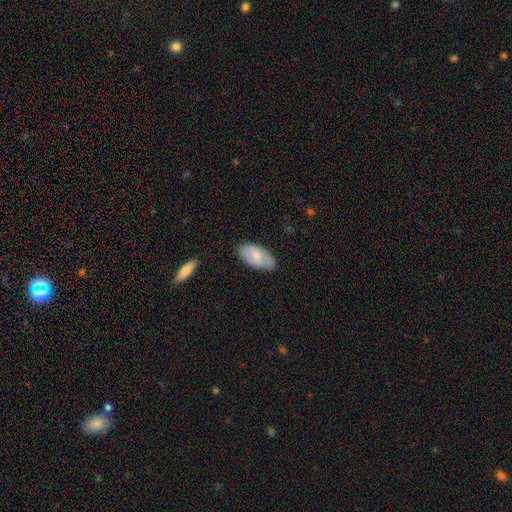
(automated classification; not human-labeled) Smooth or featured: smooth — 68% (featured or disk — 26%)
How rounded: in between — 94% (cigar-shaped — 3%)
Merging: none — 81% (minor disturbance — 15%)